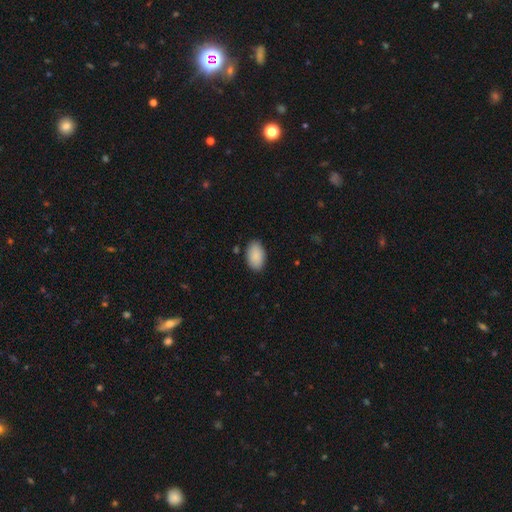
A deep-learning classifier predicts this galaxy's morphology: smooth_or_featured: smooth (p=0.90) [alt: star or artifact p=0.06]
how_rounded: in between (p=0.94) [alt: round p=0.05]
merging: none (p=0.86) [alt: minor disturbance p=0.10]